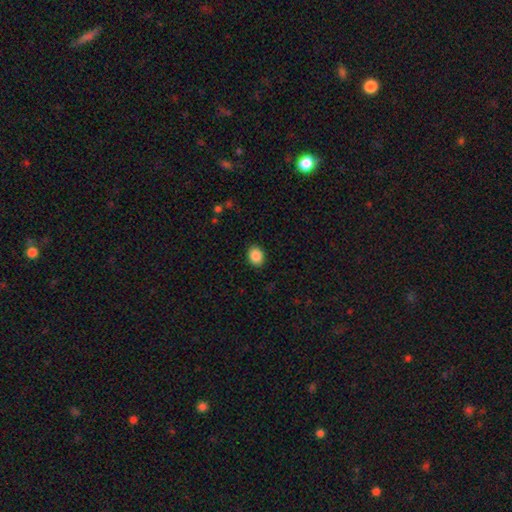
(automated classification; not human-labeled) A smooth galaxy with no disk features (89%) that is in between round and cigar-shaped (56%).

Vote fractions:
- Smooth or featured? smooth: 89% / star or artifact: 8% / featured or disk: 3%
- How rounded? in between: 56% / round: 43% / cigar-shaped: 1%
- Merging? none: 90% / minor disturbance: 7% / major disturbance: 2% / merger: 1%